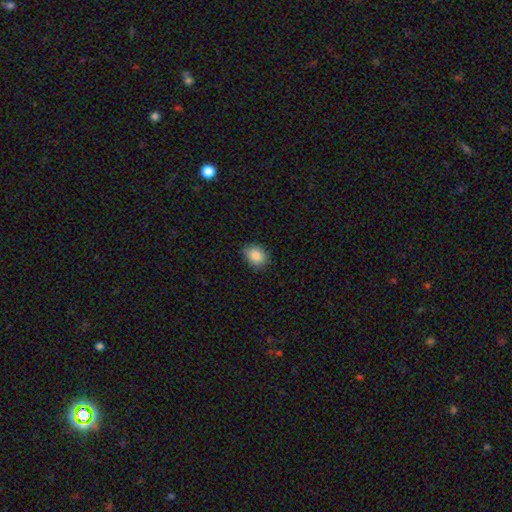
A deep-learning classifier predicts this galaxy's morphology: Overall: smooth (87%). How rounded: in between (57%; round 42%). Merging: none (85%).